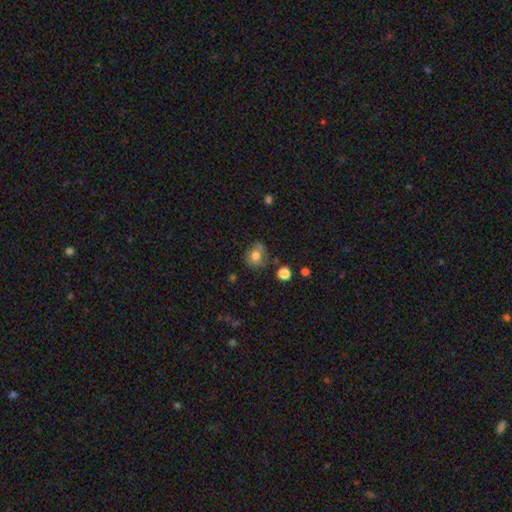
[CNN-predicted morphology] Q: Smooth or featured?
A: smooth (70%); runner-up: featured or disk (19%)
Q: How rounded?
A: round (72%); runner-up: in between (27%)
Q: Merging?
A: none (61%); runner-up: minor disturbance (24%)